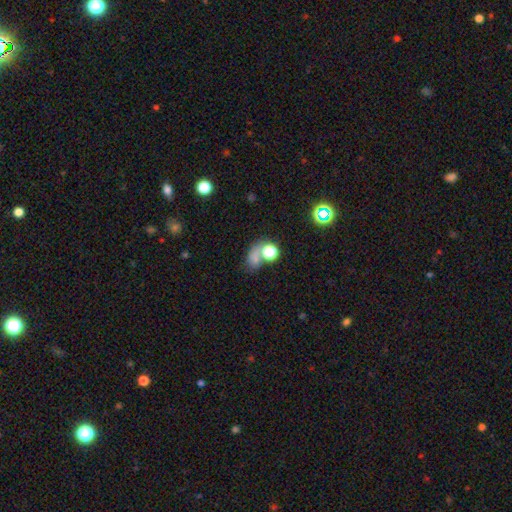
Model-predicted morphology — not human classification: type=smooth (61%); roundness=in between (53%); merging=none (36%).